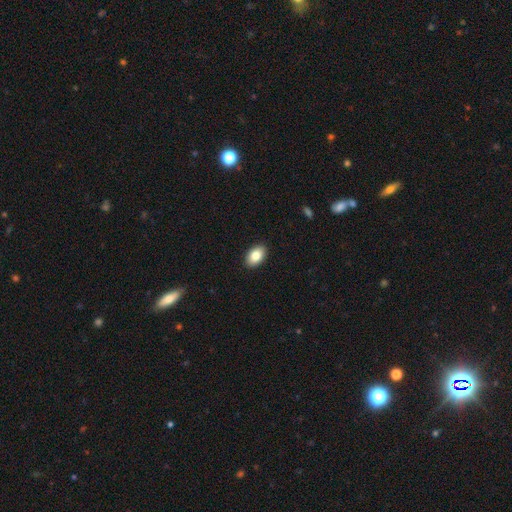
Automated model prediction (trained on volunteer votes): The model was most divided on "smooth or featured": smooth: 84%, featured or disk: 9%, star or artifact: 7%. More confident: merging — none (91%); how rounded — in between (91%).